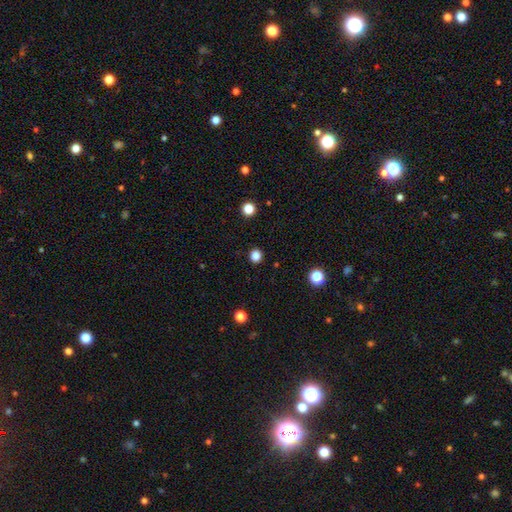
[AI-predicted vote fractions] Overall: smooth (84%). How rounded: round (88%). Merging: none (92%).